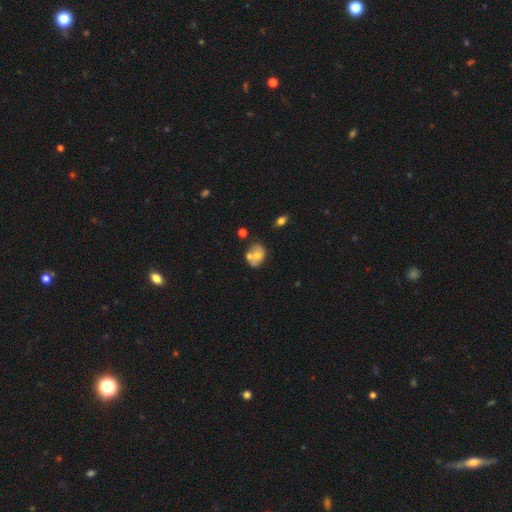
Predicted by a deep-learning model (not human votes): smooth_or_featured: smooth (p=0.57) [alt: featured or disk p=0.33]
how_rounded: in between (p=0.61) [alt: round p=0.38]
merging: none (p=0.41) [alt: merger p=0.35]